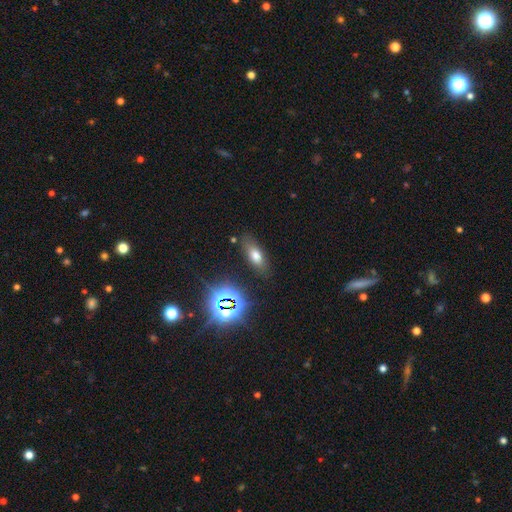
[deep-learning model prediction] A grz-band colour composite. It shows a smooth galaxy with no disk features (66%) that is in between round and cigar-shaped (74%). Merging: none (81%).